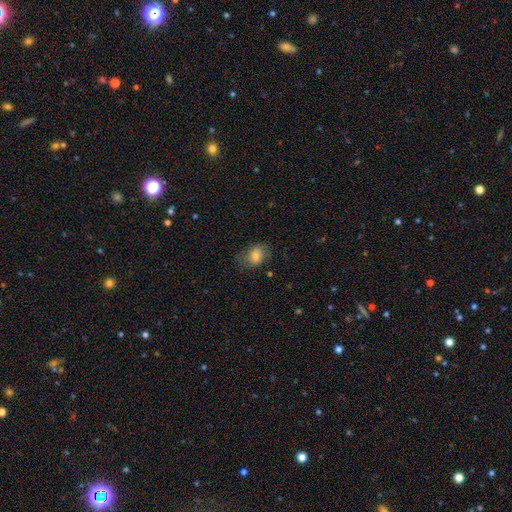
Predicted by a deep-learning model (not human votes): This is likely a smooth galaxy (71%). How rounded: likely in between (65%). Merging: likely none (61%).